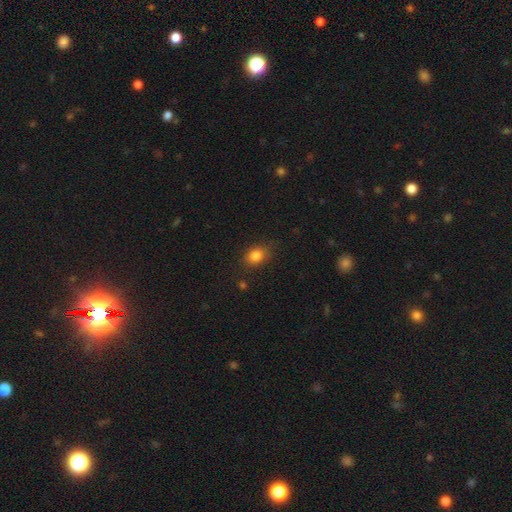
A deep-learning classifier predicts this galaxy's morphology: Smooth or featured: smooth — 83% (star or artifact — 11%)
How rounded: in between — 59% (round — 39%)
Merging: none — 80% (minor disturbance — 14%)